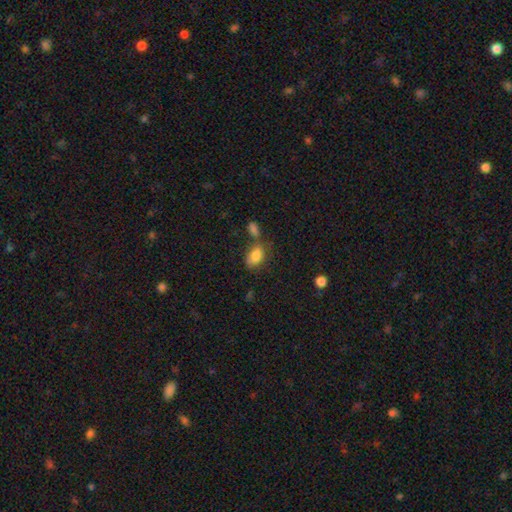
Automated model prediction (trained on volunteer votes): smooth-or-featured: smooth: 82% | featured or disk: 10% | star or artifact: 8%
  how-rounded: in between: 87% | round: 11% | cigar-shaped: 2%
  merging: none: 51% | minor disturbance: 21% | merger: 20% | major disturbance: 8%